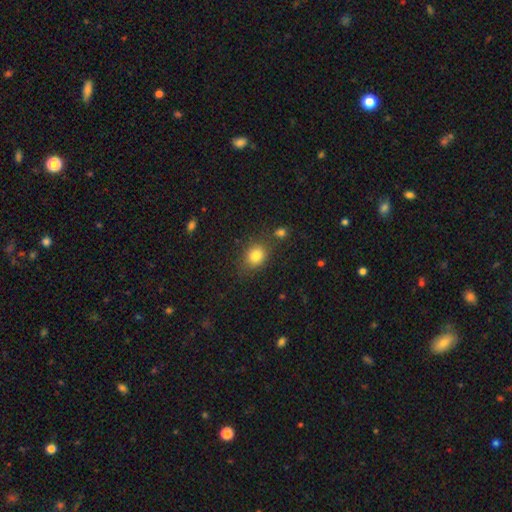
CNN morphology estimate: This is clearly a smooth galaxy (82%). How rounded: possibly round (55%). Merging: likely none (75%).